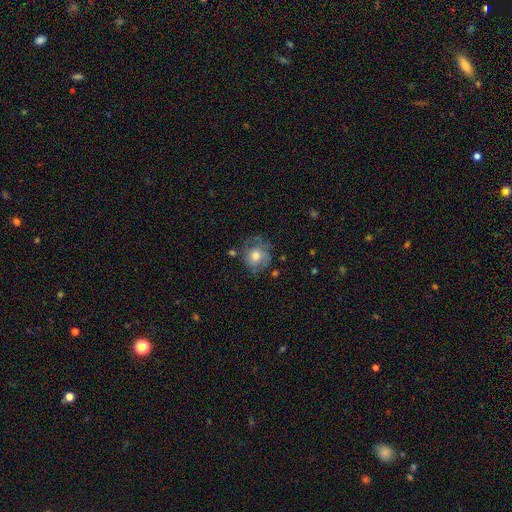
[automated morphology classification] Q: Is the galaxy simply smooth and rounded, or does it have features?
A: smooth — 58%.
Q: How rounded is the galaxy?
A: round — 78%.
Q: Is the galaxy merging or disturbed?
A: none — 54%.